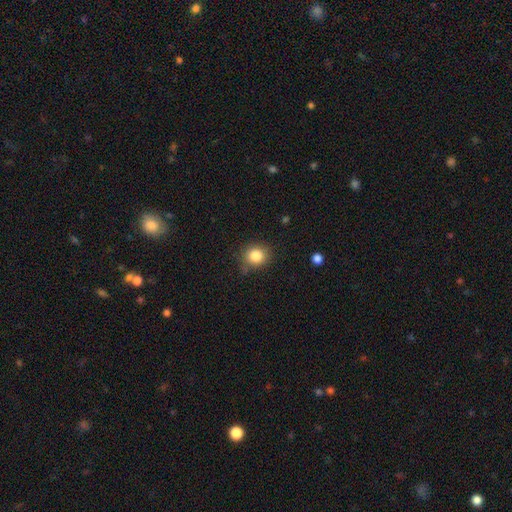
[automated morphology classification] smooth 84%, star or artifact 10%, featured or disk 6%. Down the decision tree: how rounded — round (78%); merging — none (78%).